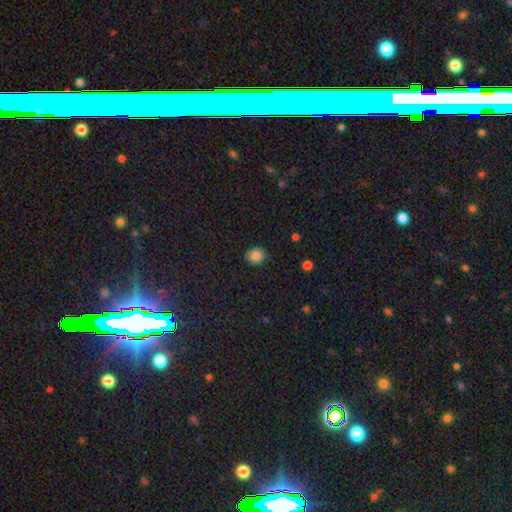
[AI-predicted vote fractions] A smooth galaxy with no disk features (86%) that is round (63%). Merging: none (86%).